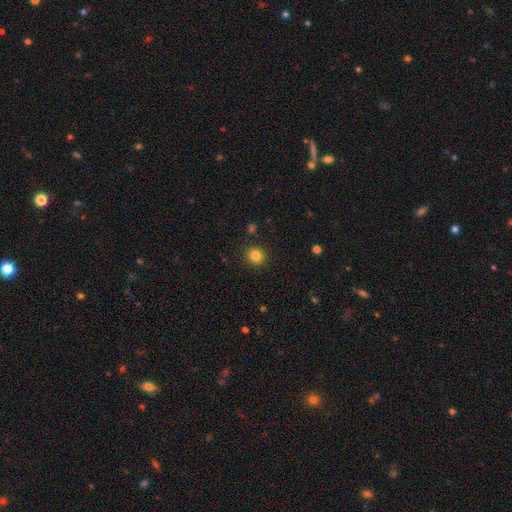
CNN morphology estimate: A smooth galaxy with no disk features (83%) that is round (86%).

Vote fractions:
- Smooth or featured? smooth: 83% / star or artifact: 12% / featured or disk: 5%
- How rounded? round: 86% / in between: 13% / cigar-shaped: 1%
- Merging? none: 90% / minor disturbance: 6% / major disturbance: 2% / merger: 1%